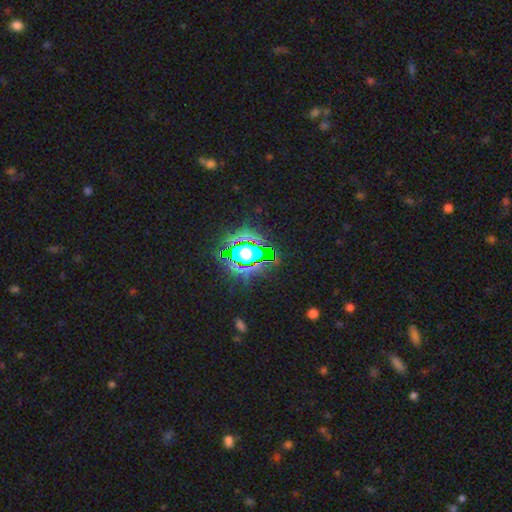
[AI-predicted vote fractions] Q: Smooth or featured?
A: star or artifact (79%); runner-up: smooth (13%)